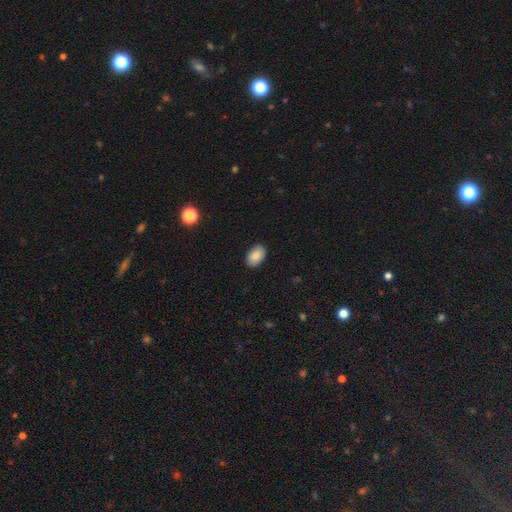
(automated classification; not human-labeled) A smooth galaxy with no disk features (88%) that is in between round and cigar-shaped (92%). Merging: none (89%).